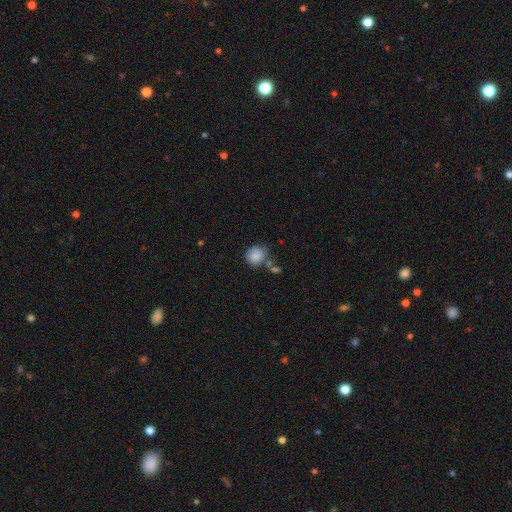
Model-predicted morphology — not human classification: Smooth or featured: smooth — 85% (star or artifact — 8%)
How rounded: round — 80% (in between — 19%)
Merging: none — 63% (minor disturbance — 18%)